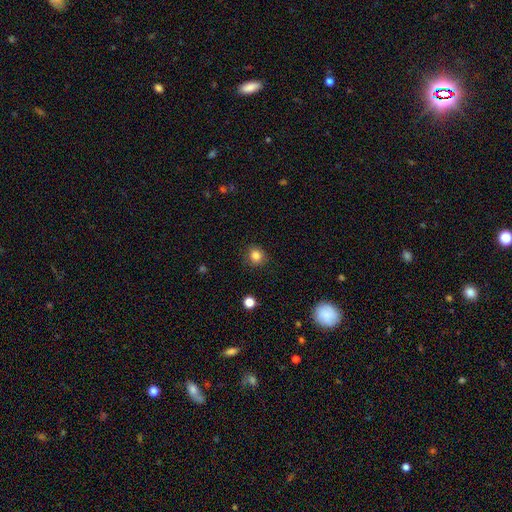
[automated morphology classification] smooth-or-featured: smooth: 84% | star or artifact: 11% | featured or disk: 5%
  how-rounded: round: 86% | in between: 13% | cigar-shaped: 1%
  merging: none: 87% | minor disturbance: 9% | major disturbance: 3% | merger: 1%